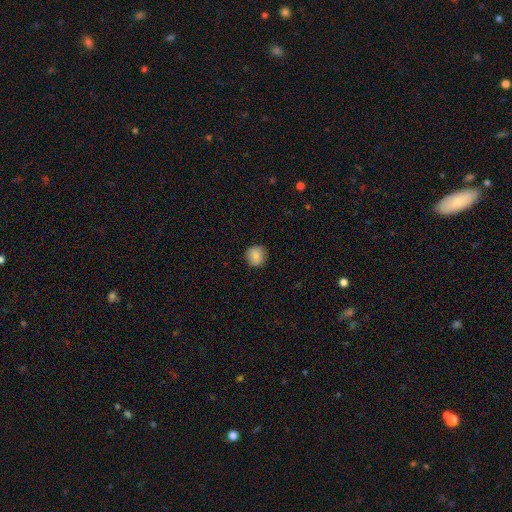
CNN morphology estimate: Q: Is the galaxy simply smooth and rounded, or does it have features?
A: smooth — 85%.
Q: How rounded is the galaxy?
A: round — 92%.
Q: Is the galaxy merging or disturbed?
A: none — 88%.